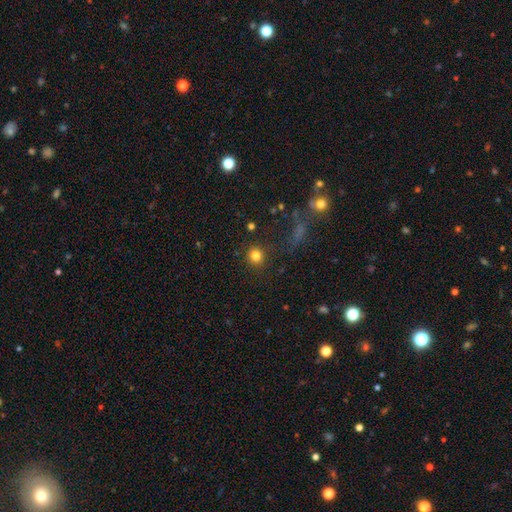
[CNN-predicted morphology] A smooth galaxy with no disk features (82%) that is round (92%). Merging: none (87%).